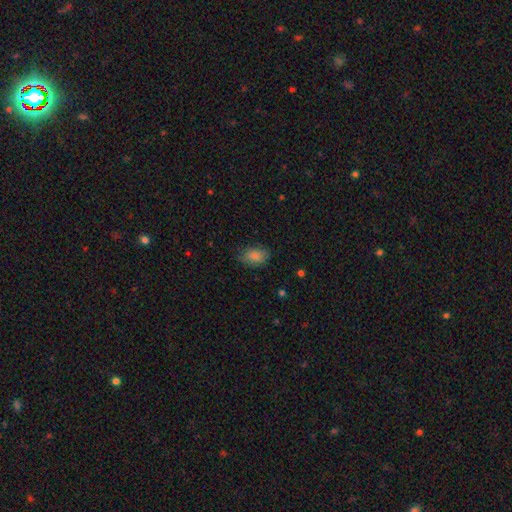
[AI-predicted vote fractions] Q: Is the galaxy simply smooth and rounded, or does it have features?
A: smooth — 85%.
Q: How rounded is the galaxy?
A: in between — 84%.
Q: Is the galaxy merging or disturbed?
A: none — 78%.